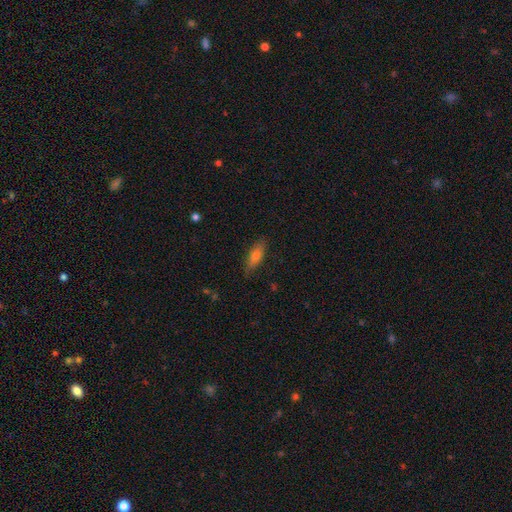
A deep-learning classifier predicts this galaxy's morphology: A smooth galaxy with no disk features (67%) that is in between round and cigar-shaped (54%). Merging: none (83%).